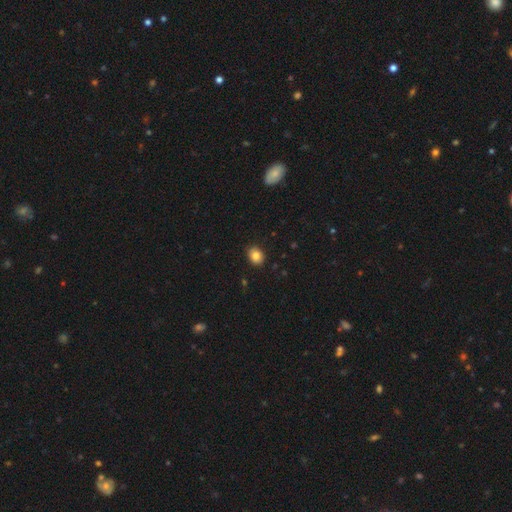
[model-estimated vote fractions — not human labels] Overall: smooth (84%). How rounded: in between (51%; round 48%). Merging: none (89%).